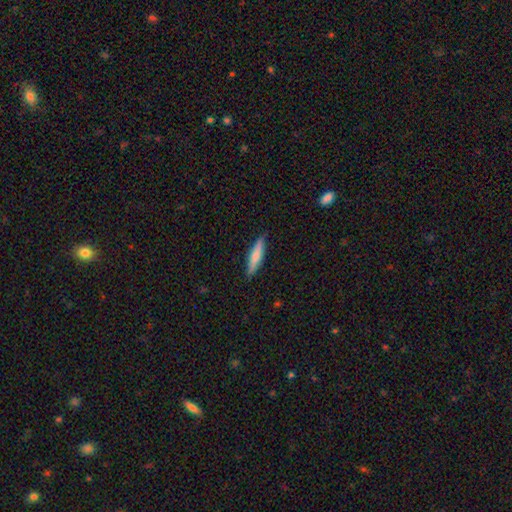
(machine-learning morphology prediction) Smooth or featured? Predicted: smooth (p=0.68). How rounded? Predicted: cigar-shaped (p=0.84). Merging? Predicted: none (p=0.89).